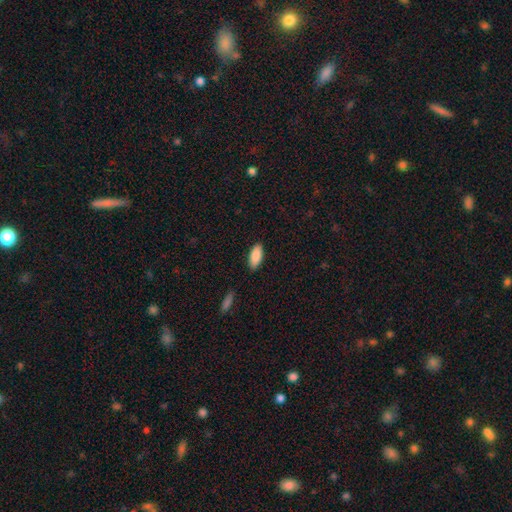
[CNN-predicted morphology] Q: Smooth or featured?
A: smooth (89%); runner-up: star or artifact (6%)
Q: How rounded?
A: in between (88%); runner-up: cigar-shaped (11%)
Q: Merging?
A: none (88%); runner-up: minor disturbance (9%)